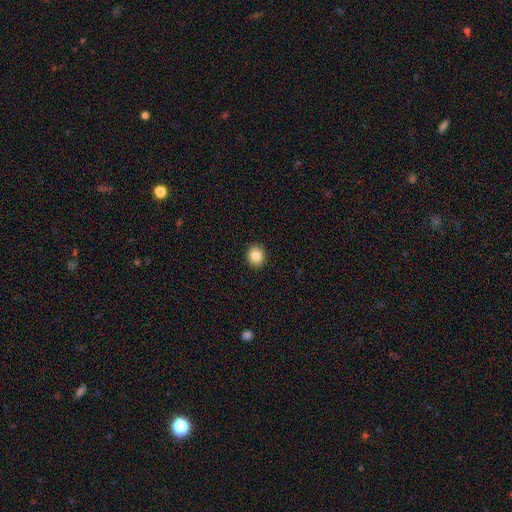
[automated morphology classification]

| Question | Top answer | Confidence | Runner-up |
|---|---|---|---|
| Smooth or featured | smooth | 85% | star or artifact (10%) |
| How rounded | round | 75% | in between (24%) |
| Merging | none | 92% | minor disturbance (5%) |